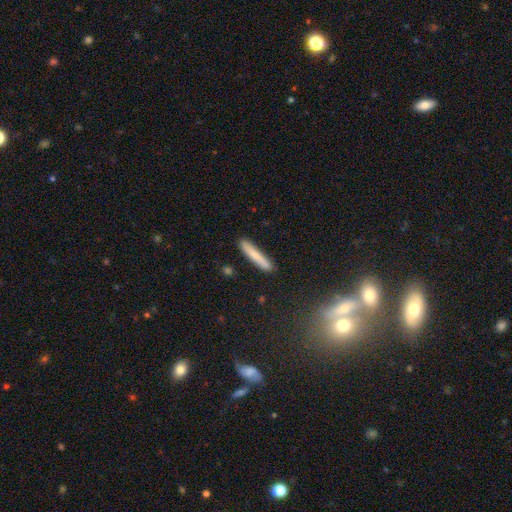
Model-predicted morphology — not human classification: Smooth or featured? Predicted: smooth (p=0.77). How rounded? Predicted: cigar-shaped (p=0.94). Merging? Predicted: none (p=0.88).